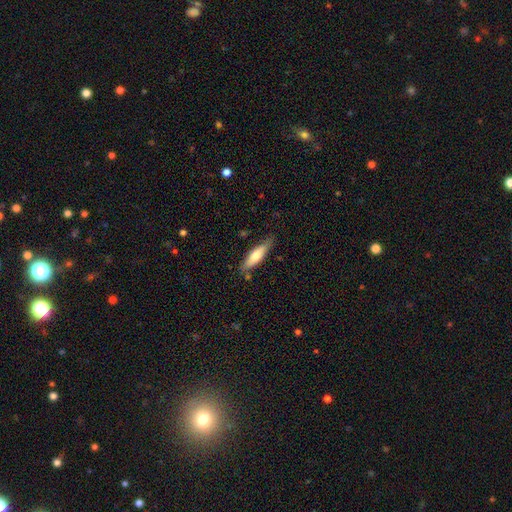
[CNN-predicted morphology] This appears to be a smooth galaxy with no disk features (63%) that is cigar-shaped (65%). Merging: none (76%).